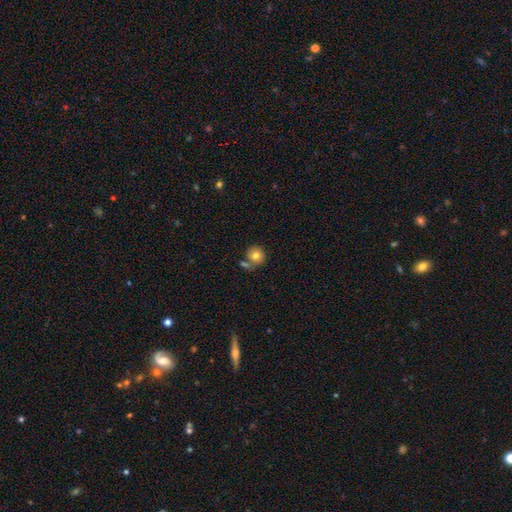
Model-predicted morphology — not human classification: A smooth galaxy with no disk features (78%) that is round (90%). Merging: none (62%).